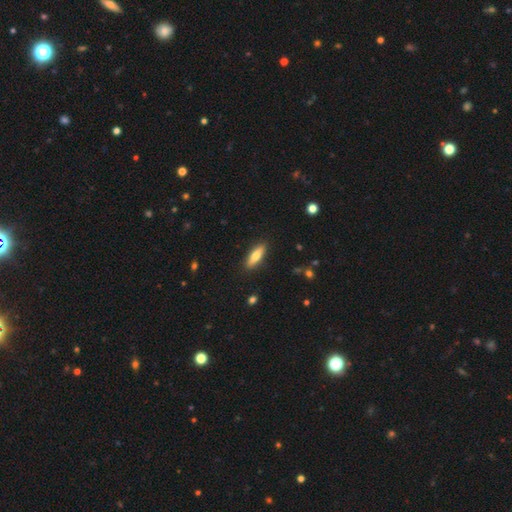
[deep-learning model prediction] Smooth or featured? smooth (73%)
How rounded? cigar-shaped (52%)
Merging? none (89%)